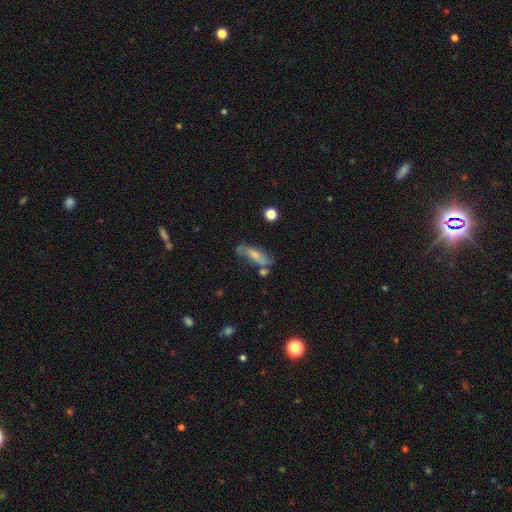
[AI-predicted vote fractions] A smooth galaxy with no disk features (49%). Merging: none (53%).